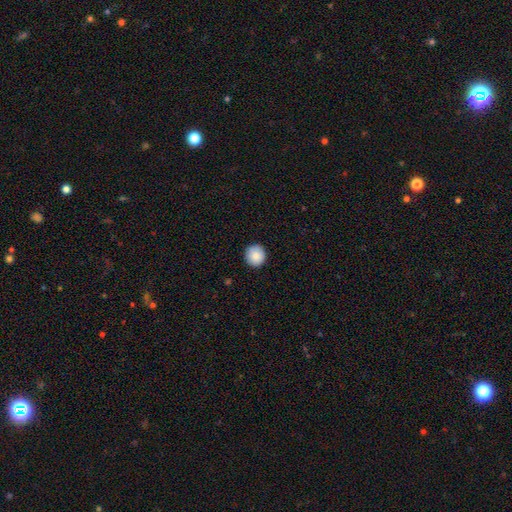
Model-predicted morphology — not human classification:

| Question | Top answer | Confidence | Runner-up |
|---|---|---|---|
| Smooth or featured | smooth | 87% | star or artifact (8%) |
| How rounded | round | 95% | in between (5%) |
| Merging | none | 91% | minor disturbance (6%) |